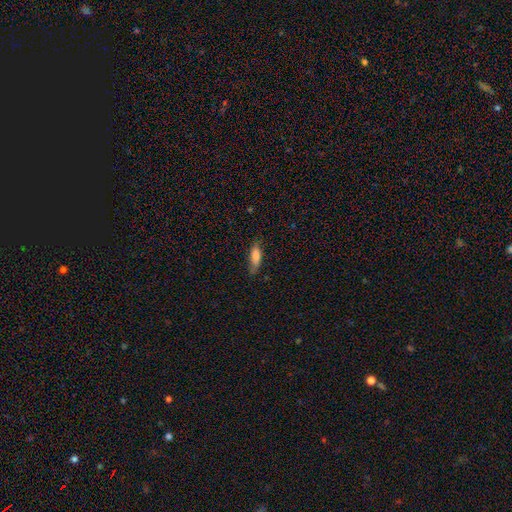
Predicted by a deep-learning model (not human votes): Overall: smooth (77%). How rounded: in between (61%; cigar-shaped 37%). Merging: none (70%).